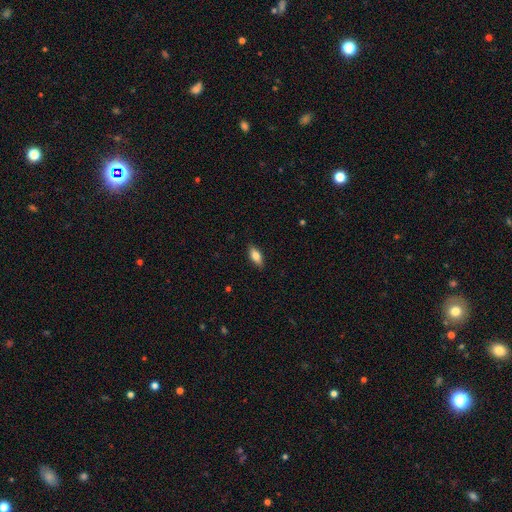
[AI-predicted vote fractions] Overall: smooth (74%). How rounded: in between (77%). Merging: none (87%).